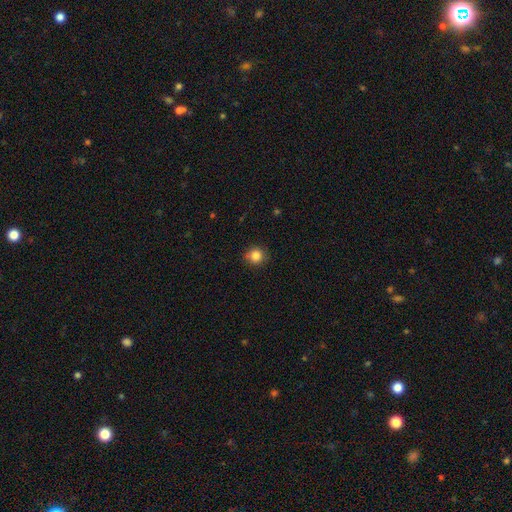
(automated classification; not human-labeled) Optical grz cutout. It shows a smooth galaxy with no disk features (84%) that is round (89%). Merging: none (85%).